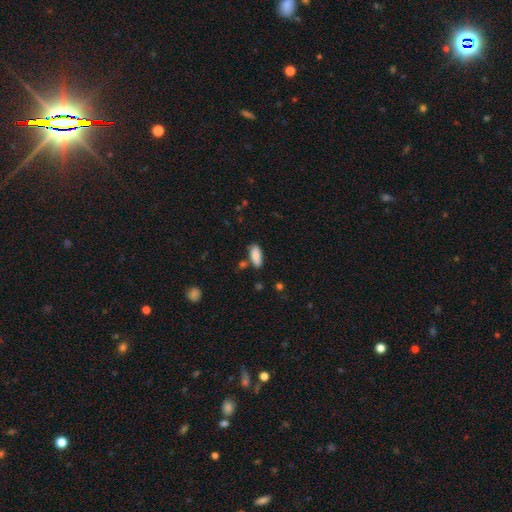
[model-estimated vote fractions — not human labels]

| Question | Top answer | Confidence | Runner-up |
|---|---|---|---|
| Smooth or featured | smooth | 87% | star or artifact (7%) |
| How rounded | in between | 83% | cigar-shaped (15%) |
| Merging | none | 74% | minor disturbance (15%) |